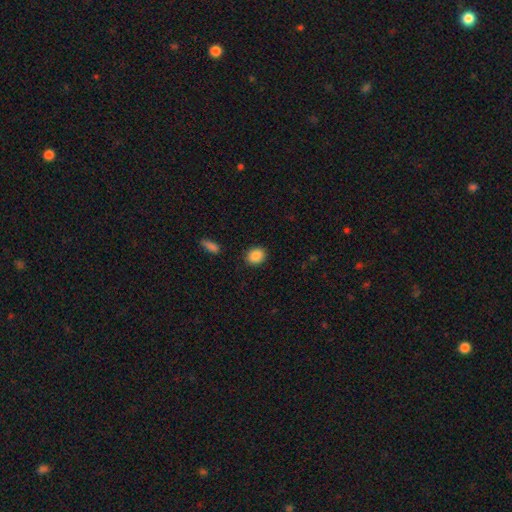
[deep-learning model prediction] smooth-or-featured: smooth: 88% | star or artifact: 8% | featured or disk: 4%
  how-rounded: round: 53% | in between: 46% | cigar-shaped: 1%
  merging: none: 89% | minor disturbance: 7% | major disturbance: 2% | merger: 2%